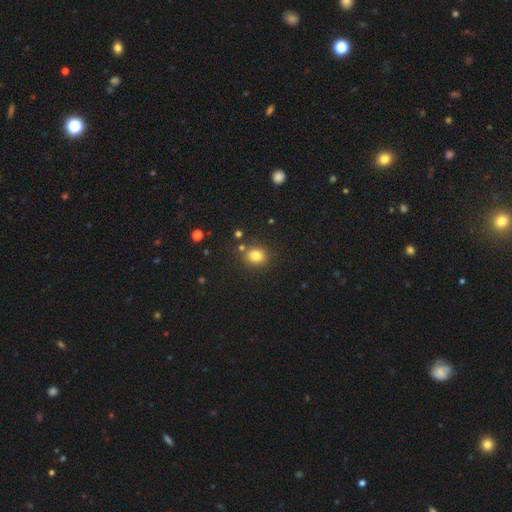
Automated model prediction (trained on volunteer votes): smooth_or_featured: smooth (p=0.80) [alt: star or artifact p=0.13]
how_rounded: round (p=0.72) [alt: in between p=0.27]
merging: none (p=0.80) [alt: minor disturbance p=0.10]